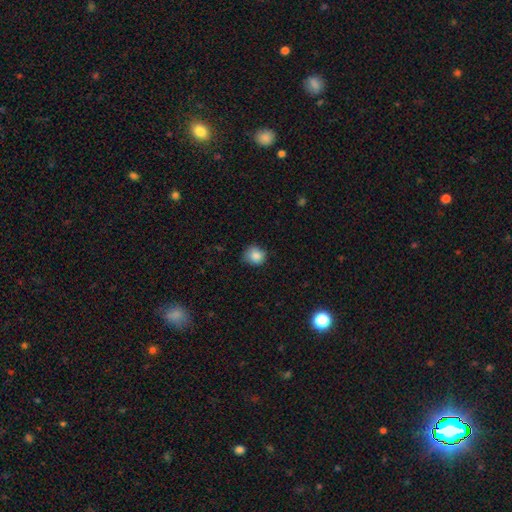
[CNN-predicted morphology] smooth-or-featured: smooth: 86% | star or artifact: 9% | featured or disk: 5%
  how-rounded: round: 83% | in between: 16% | cigar-shaped: 1%
  merging: none: 72% | minor disturbance: 23% | major disturbance: 4% | merger: 1%